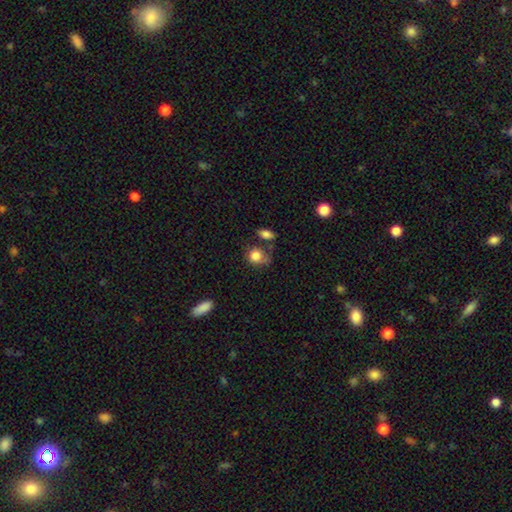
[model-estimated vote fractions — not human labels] smooth-or-featured: smooth: 83% | star or artifact: 9% | featured or disk: 8%
  how-rounded: round: 66% | in between: 32% | cigar-shaped: 1%
  merging: none: 46% | minor disturbance: 26% | merger: 15% | major disturbance: 14%